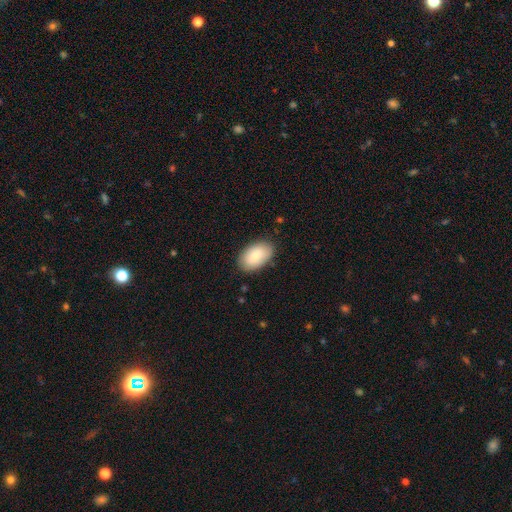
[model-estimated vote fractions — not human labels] Overall: smooth (83%). How rounded: in between (94%). Merging: none (84%).